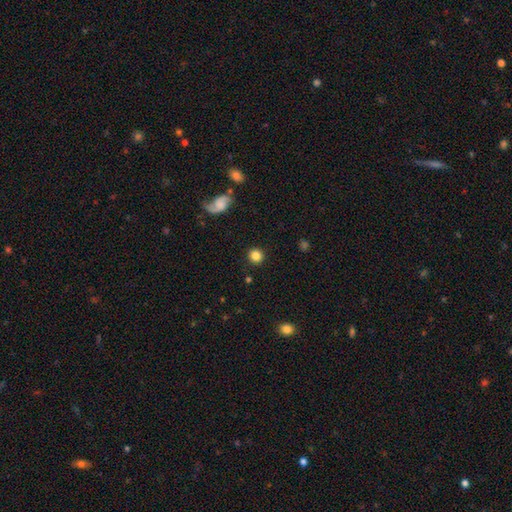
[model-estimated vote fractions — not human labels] Overall: smooth (83%). How rounded: round (92%). Merging: none (91%).